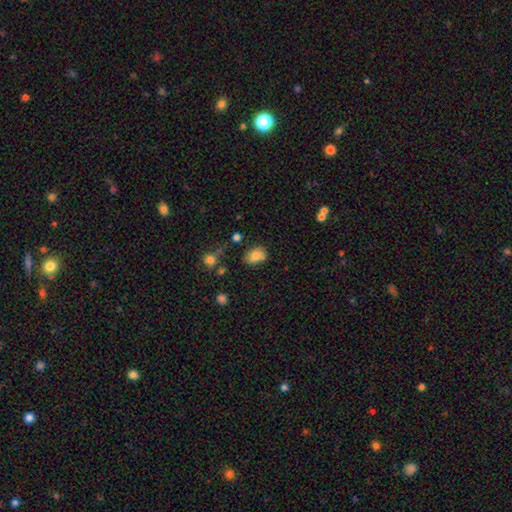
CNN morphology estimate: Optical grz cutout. It shows a smooth galaxy with no disk features (80%) that is in between round and cigar-shaped (77%). Merging: none (68%).